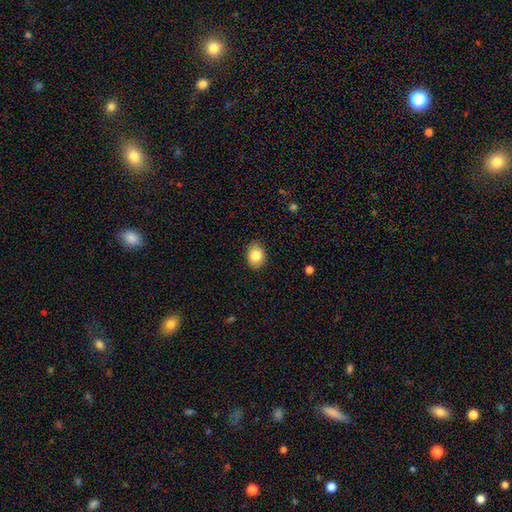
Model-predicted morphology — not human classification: This appears to be a smooth galaxy with no disk features (84%) that is in between round and cigar-shaped (64%). Merging: none (86%).